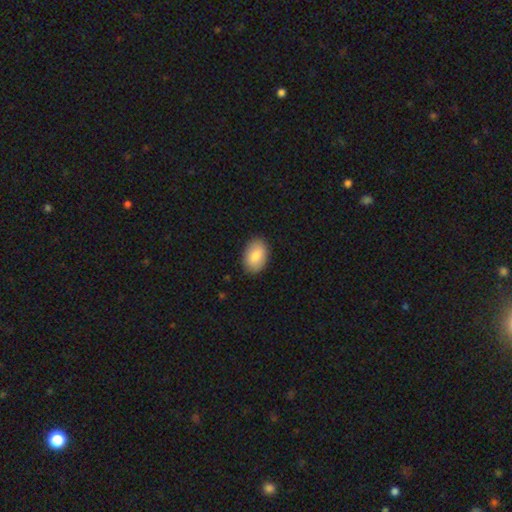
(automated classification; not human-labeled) Q: Smooth or featured?
A: smooth (84%); runner-up: featured or disk (10%)
Q: How rounded?
A: in between (89%); runner-up: round (9%)
Q: Merging?
A: none (88%); runner-up: minor disturbance (9%)